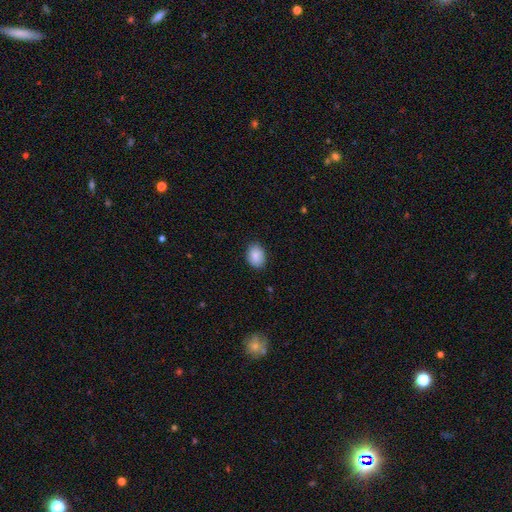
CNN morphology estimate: The model was most divided on "how rounded": in between: 73%, round: 26%, cigar-shaped: 1%. More confident: smooth or featured — smooth (87%); merging — none (83%).